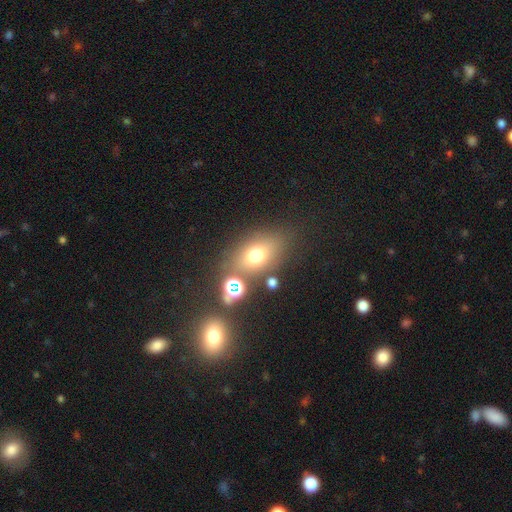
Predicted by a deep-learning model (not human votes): Q: Smooth or featured?
A: smooth (66%); runner-up: star or artifact (20%)
Q: How rounded?
A: in between (68%); runner-up: round (28%)
Q: Merging?
A: none (72%); runner-up: minor disturbance (13%)